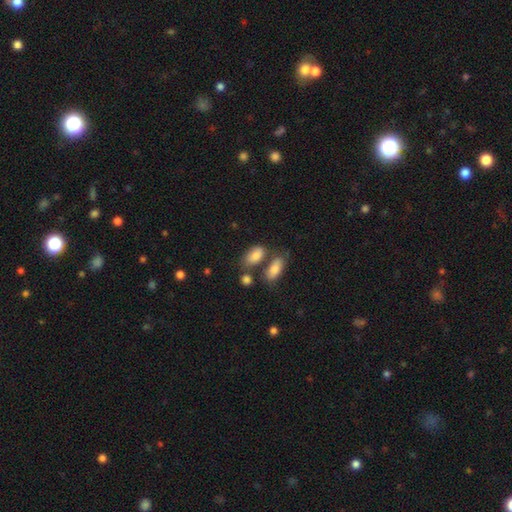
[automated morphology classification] A smooth galaxy with no disk features (81%) that is in between round and cigar-shaped (90%).

Vote fractions:
- Smooth or featured? smooth: 81% / featured or disk: 11% / star or artifact: 8%
- How rounded? in between: 90% / round: 5% / cigar-shaped: 4%
- Merging? none: 52% / merger: 25% / minor disturbance: 17% / major disturbance: 6%